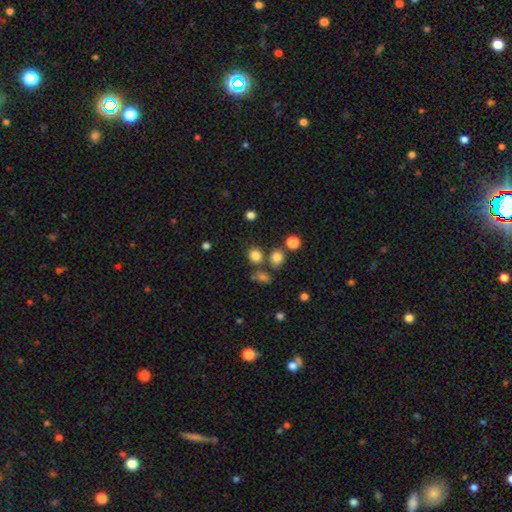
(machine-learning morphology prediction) Smooth or featured? smooth (80%)
How rounded? round (81%)
Merging? none (71%)